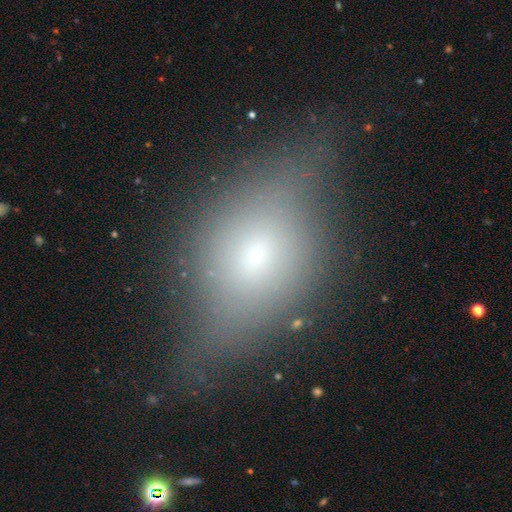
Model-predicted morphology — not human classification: smooth-or-featured: smooth: 50% | featured or disk: 33% | star or artifact: 17%
  how-rounded: in between: 72% | round: 20% | cigar-shaped: 8%
  merging: none: 59% | minor disturbance: 26% | major disturbance: 13% | merger: 3%